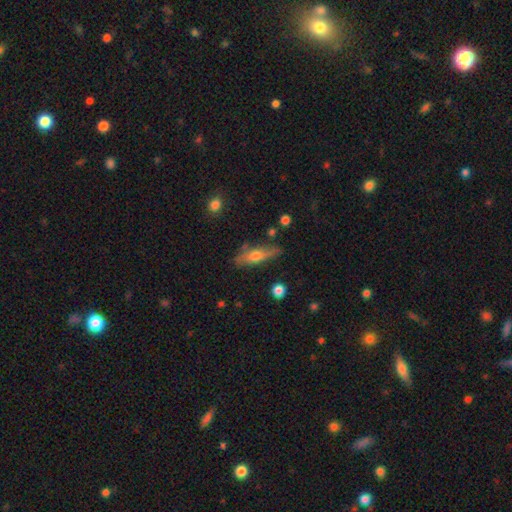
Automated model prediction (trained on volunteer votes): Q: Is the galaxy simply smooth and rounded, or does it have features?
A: smooth — 53%.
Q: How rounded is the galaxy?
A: cigar-shaped — 51%.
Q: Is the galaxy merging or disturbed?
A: none — 68%.